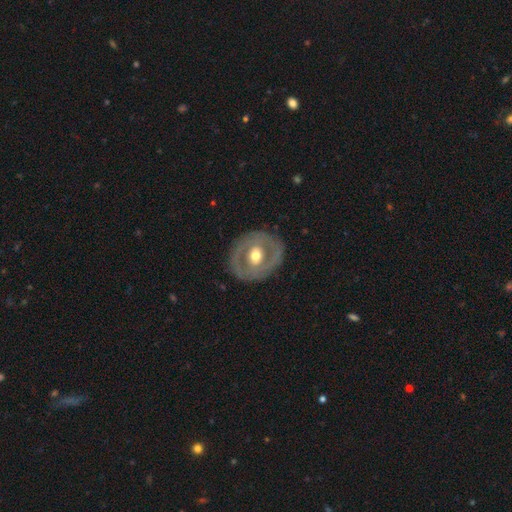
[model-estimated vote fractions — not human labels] Smooth or featured: featured or disk — 65% (smooth — 30%)
Edge-on disk: no — 95% (yes — 5%)
Bar: no — 56% (weak — 30%)
Spiral arms: no — 70% (yes — 30%)
Bulge size: moderate — 76% (large — 12%)
Merging: none — 81% (minor disturbance — 13%)